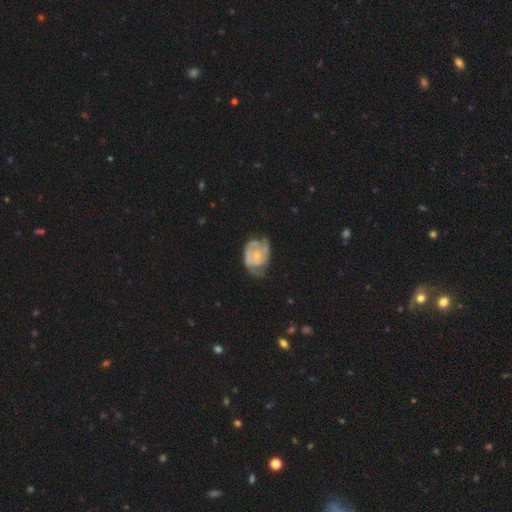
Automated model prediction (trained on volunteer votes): featured or disk 73%, smooth 22%, star or artifact 5%. Down the decision tree: edge-on disk — no (98%); bar — no (78%); spiral arms — yes (80%); spiral arm count — 2 (41%); spiral winding — tight (57%); bulge size — small (62%); merging — none (46%).